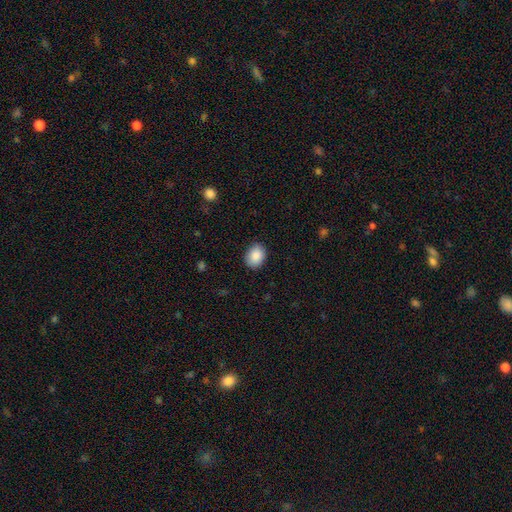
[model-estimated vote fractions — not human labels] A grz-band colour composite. It shows a smooth galaxy with no disk features (89%) that is in between round and cigar-shaped (62%). Merging: none (86%).